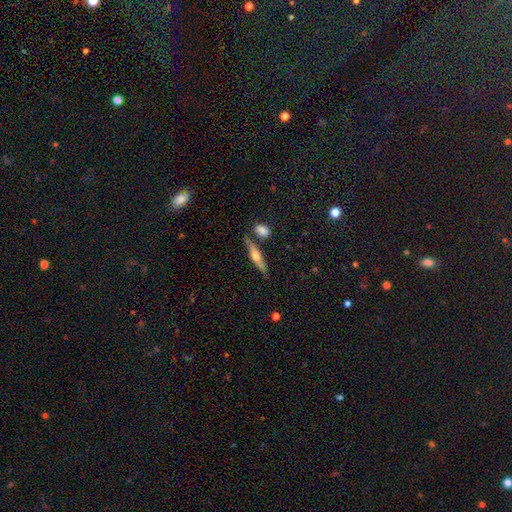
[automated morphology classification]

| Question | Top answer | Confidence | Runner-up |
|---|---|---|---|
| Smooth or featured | featured or disk | 57% | smooth (36%) |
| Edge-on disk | yes | 94% | no (6%) |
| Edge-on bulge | rounded | 86% | boxy (8%) |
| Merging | none | 76% | minor disturbance (12%) |